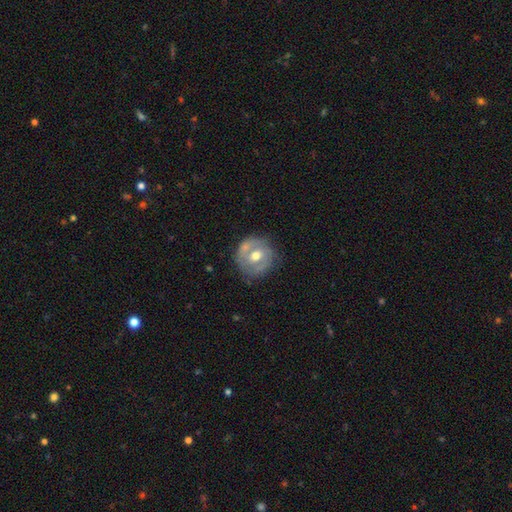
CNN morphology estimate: A featured or disk galaxy (56%) with no bar (56%), no spiral arms (63%) and a moderate central bulge (77%).

Vote fractions:
- Smooth or featured? featured or disk: 56% / smooth: 38% / star or artifact: 6%
- Edge-on disk? no: 96% / yes: 4%
- Bar? no: 56% / weak: 33% / strong: 10%
- Spiral arms? no: 63% / yes: 37%
- Bulge size? moderate: 77% / small: 11% / large: 10% / none: 1% / dominant: 1%
- Merging? none: 64% / minor disturbance: 19% / merger: 10% / major disturbance: 7%